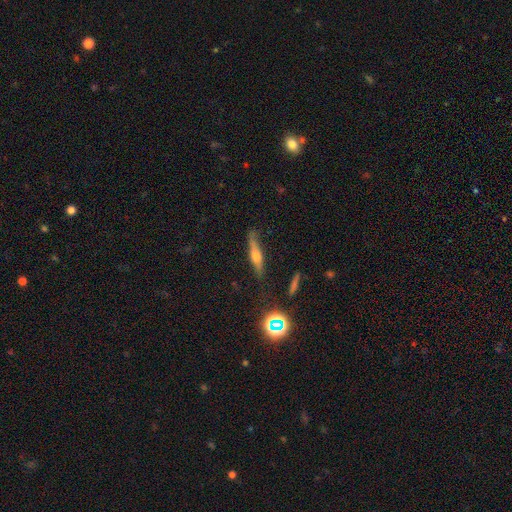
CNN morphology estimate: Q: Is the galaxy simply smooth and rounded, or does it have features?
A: featured or disk — 58%.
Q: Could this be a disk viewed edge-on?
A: yes — 91%.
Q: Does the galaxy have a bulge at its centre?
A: rounded — 82%.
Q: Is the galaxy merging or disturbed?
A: none — 77%.